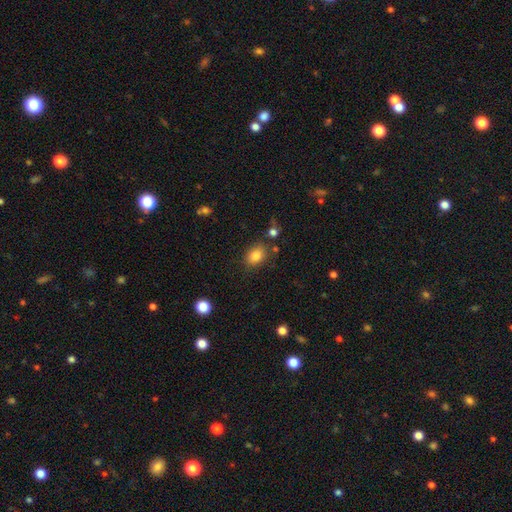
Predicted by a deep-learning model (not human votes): Smooth or featured? Predicted: smooth (p=0.85). How rounded? Predicted: in between (p=0.72). Merging? Predicted: none (p=0.78).